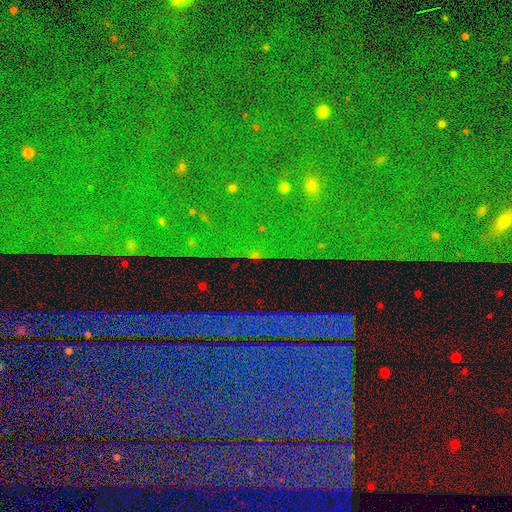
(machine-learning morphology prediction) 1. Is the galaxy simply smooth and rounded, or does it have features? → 86% star or artifact, 7% featured or disk, 7% smooth.